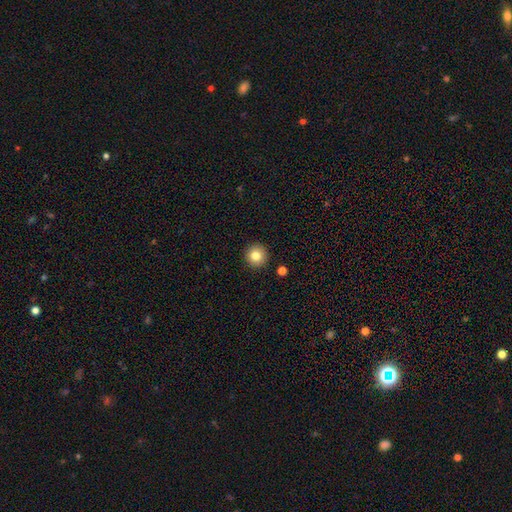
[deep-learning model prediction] smooth 81%, star or artifact 10%, featured or disk 8%. Down the decision tree: how rounded — round (95%); merging — none (92%).